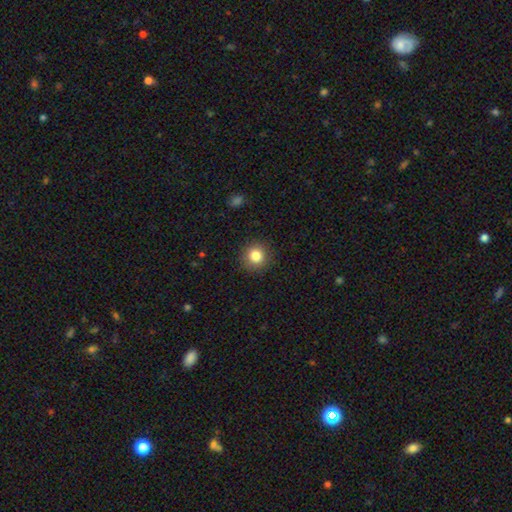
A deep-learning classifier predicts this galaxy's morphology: Overall: smooth (84%). How rounded: round (91%). Merging: none (90%).